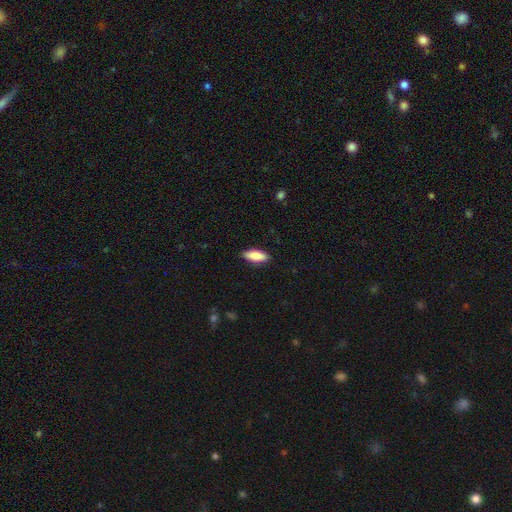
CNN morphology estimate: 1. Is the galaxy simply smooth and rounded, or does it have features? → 85% smooth, 10% featured or disk, 6% star or artifact.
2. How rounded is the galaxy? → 75% in between, 23% cigar-shaped, 2% round.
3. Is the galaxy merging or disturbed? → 89% none, 9% minor disturbance, 2% major disturbance, 1% merger.